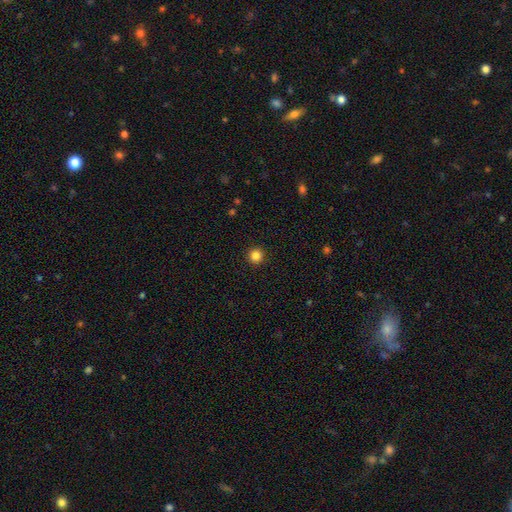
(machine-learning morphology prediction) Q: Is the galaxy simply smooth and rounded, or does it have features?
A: smooth — 84%.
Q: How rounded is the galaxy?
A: round — 96%.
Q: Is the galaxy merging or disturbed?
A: none — 93%.